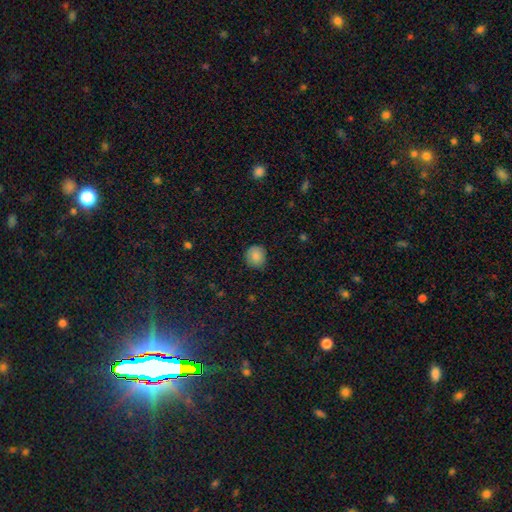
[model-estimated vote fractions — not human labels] This is clearly a smooth galaxy (86%). How rounded: clearly round (88%). Merging: clearly none (84%).